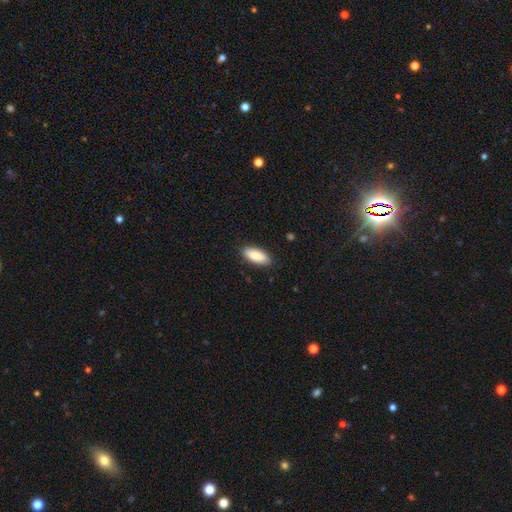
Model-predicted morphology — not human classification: A smooth galaxy with no disk features (87%) that is in between round and cigar-shaped (83%).

Vote fractions:
- Smooth or featured? smooth: 87% / featured or disk: 7% / star or artifact: 6%
- How rounded? in between: 83% / cigar-shaped: 15% / round: 2%
- Merging? none: 87% / minor disturbance: 10% / major disturbance: 2% / merger: 1%